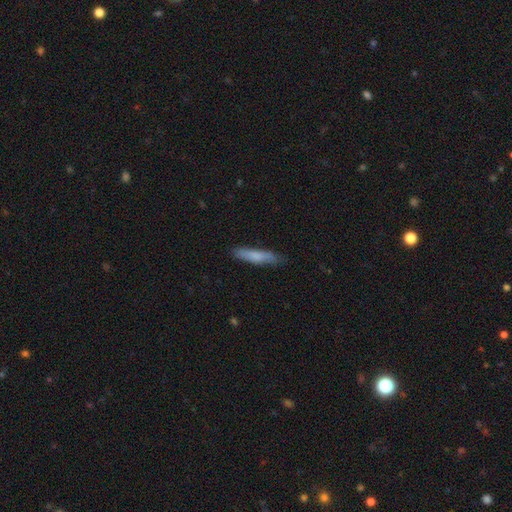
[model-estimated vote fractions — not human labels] The model was most divided on "smooth or featured": smooth: 75%, featured or disk: 19%, star or artifact: 6%. More confident: how rounded — cigar-shaped (85%); merging — none (81%).